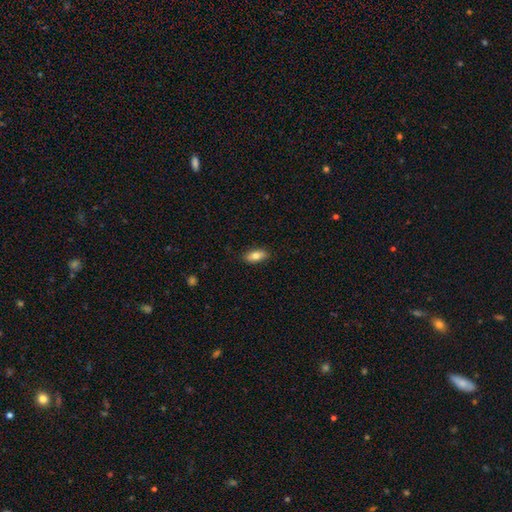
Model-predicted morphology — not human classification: type=smooth (81%); roundness=in between (87%); merging=none (88%).